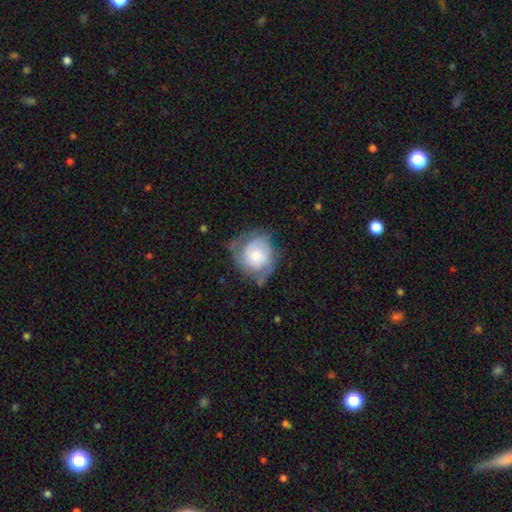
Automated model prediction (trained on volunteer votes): featured or disk 62%, smooth 31%, star or artifact 6%. Down the decision tree: edge-on disk — no (98%); bar — no (73%); spiral arms — yes (84%); spiral arm count — 2 (44%); spiral winding — tight (49%); bulge size — moderate (43%, tied with small); merging — none (52%).